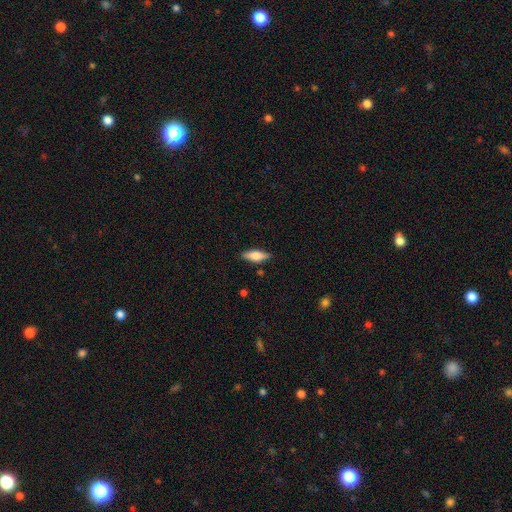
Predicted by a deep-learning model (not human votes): Q: Smooth or featured?
A: smooth (66%); runner-up: featured or disk (27%)
Q: How rounded?
A: in between (62%); runner-up: cigar-shaped (35%)
Q: Merging?
A: none (85%); runner-up: minor disturbance (11%)